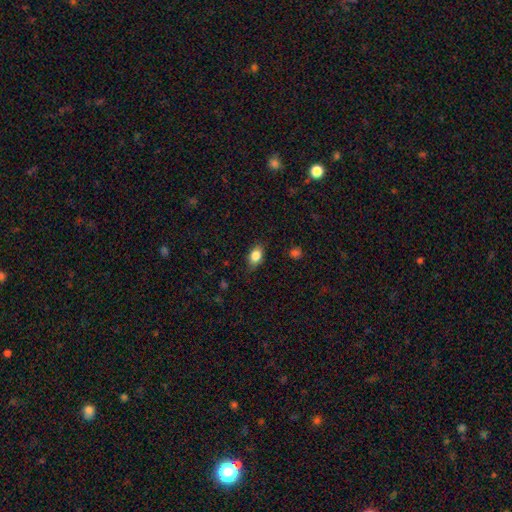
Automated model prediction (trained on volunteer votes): The model was most divided on "merging": none: 80%, minor disturbance: 15%, major disturbance: 3%, merger: 1%. More confident: smooth or featured — smooth (82%); how rounded — in between (82%).